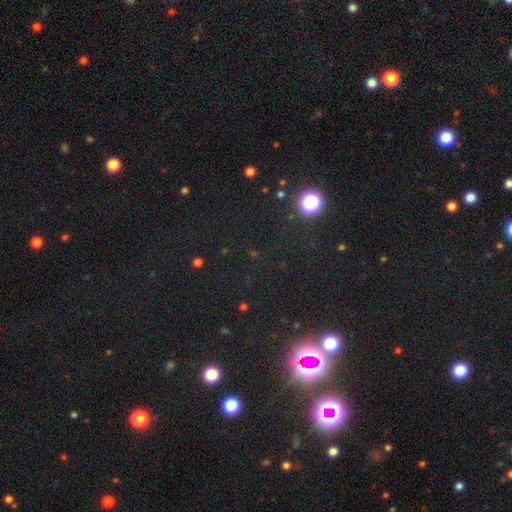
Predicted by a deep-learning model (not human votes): The model was most divided on "smooth or featured": star or artifact: 76%, smooth: 17%, featured or disk: 7%.